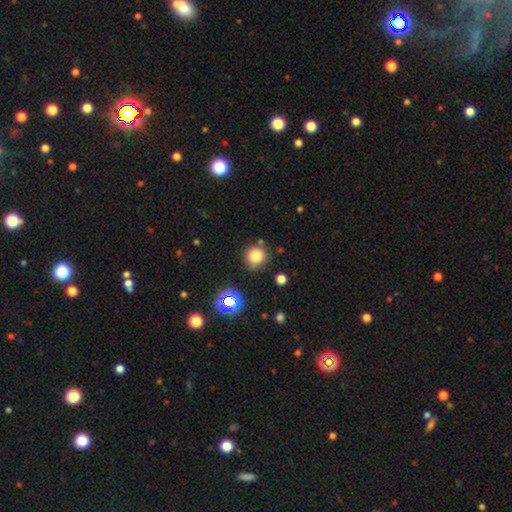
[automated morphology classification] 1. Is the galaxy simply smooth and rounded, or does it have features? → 79% smooth, 15% star or artifact, 6% featured or disk.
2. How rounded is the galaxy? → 94% round, 5% in between, 1% cigar-shaped.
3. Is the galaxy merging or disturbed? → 80% none, 11% minor disturbance, 5% merger, 3% major disturbance.